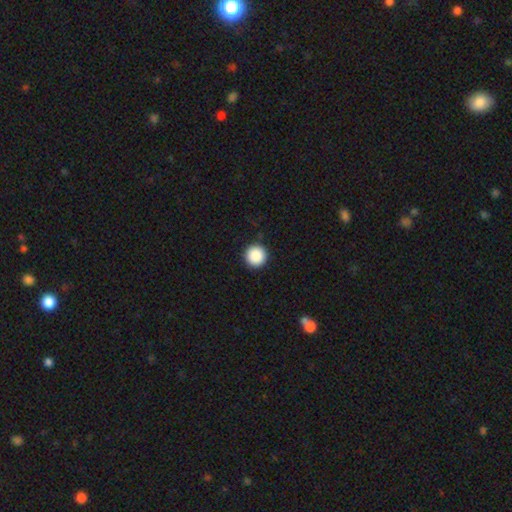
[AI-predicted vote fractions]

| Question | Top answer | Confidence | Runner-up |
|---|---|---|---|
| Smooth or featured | smooth | 89% | star or artifact (9%) |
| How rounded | round | 97% | in between (2%) |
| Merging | none | 93% | minor disturbance (5%) |